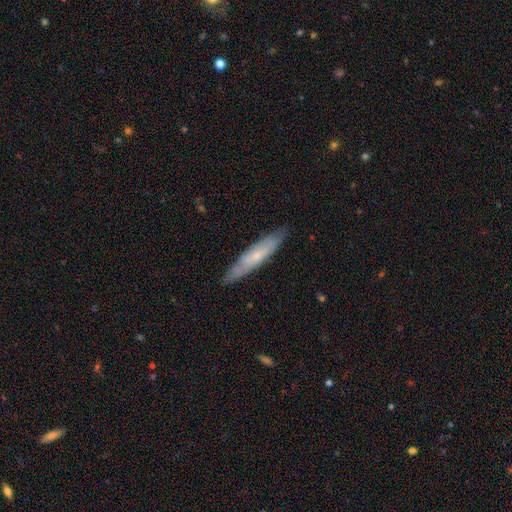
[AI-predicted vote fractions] Q: Smooth or featured?
A: featured or disk (49%); runner-up: smooth (45%)
Q: Merging?
A: none (83%); runner-up: minor disturbance (13%)